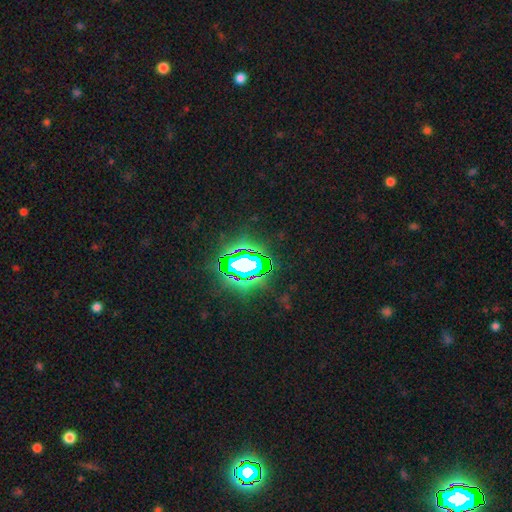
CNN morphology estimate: star or artifact 74%, smooth 13%, featured or disk 13%.